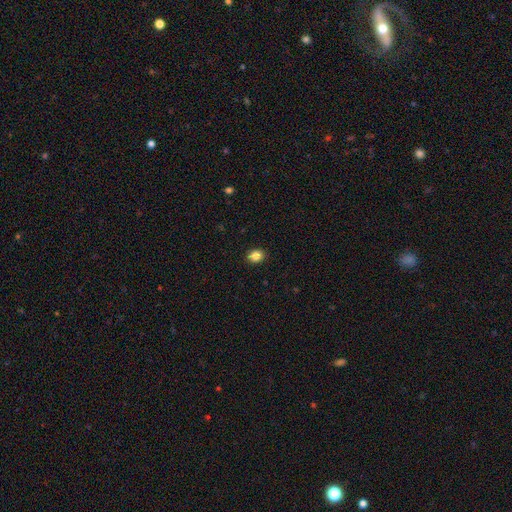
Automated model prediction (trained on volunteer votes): A smooth galaxy with no disk features (85%) that is in between round and cigar-shaped (53%).

Vote fractions:
- Smooth or featured? smooth: 85% / star or artifact: 10% / featured or disk: 5%
- How rounded? in between: 53% / round: 46% / cigar-shaped: 1%
- Merging? none: 90% / minor disturbance: 7% / major disturbance: 2% / merger: 1%